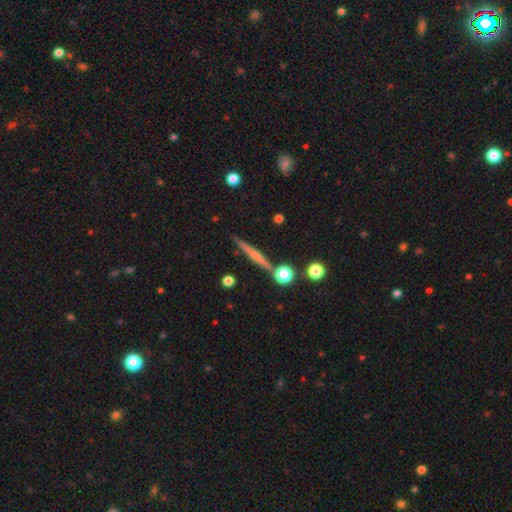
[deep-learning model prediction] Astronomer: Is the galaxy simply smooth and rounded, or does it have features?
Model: featured or disk — 57% (runner-up: smooth, 35%).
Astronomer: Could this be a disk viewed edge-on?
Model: yes — 97%.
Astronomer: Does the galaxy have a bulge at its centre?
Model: none — 45% (runner-up: rounded, 44%).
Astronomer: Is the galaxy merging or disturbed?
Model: none — 84%.